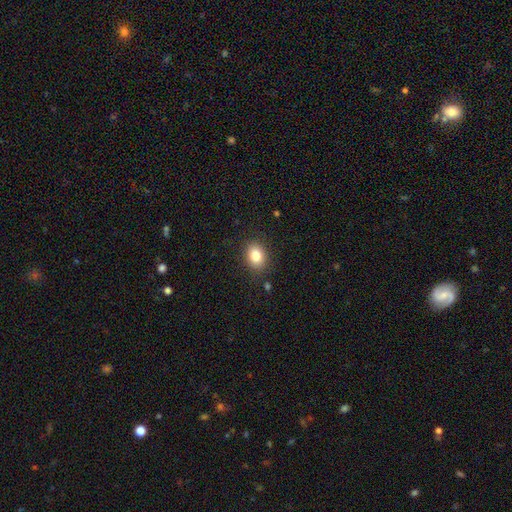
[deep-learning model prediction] Overall: smooth (84%). How rounded: in between (65%; round 34%). Merging: none (85%).